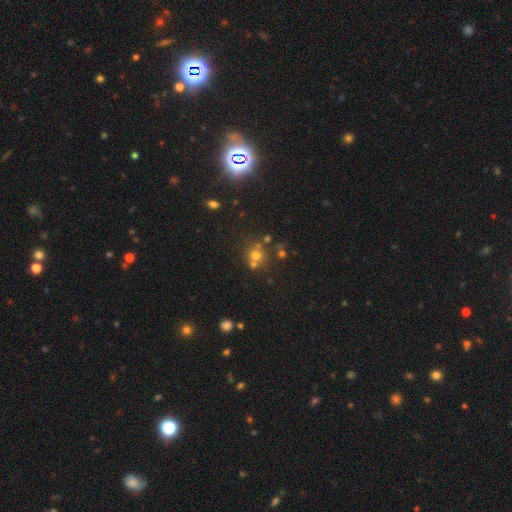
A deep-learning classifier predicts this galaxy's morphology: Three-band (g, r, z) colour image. It shows a smooth galaxy with no disk features (56%) that is round (87%). Merging: none (58%).